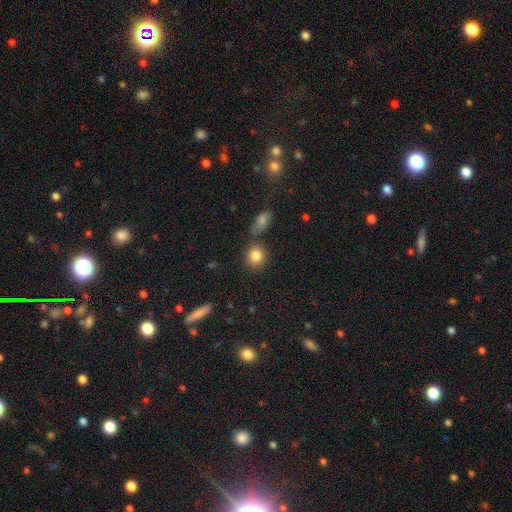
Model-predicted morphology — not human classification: The model was most divided on "how rounded": round: 76%, in between: 23%, cigar-shaped: 2%. More confident: smooth or featured — smooth (84%); merging — none (73%).